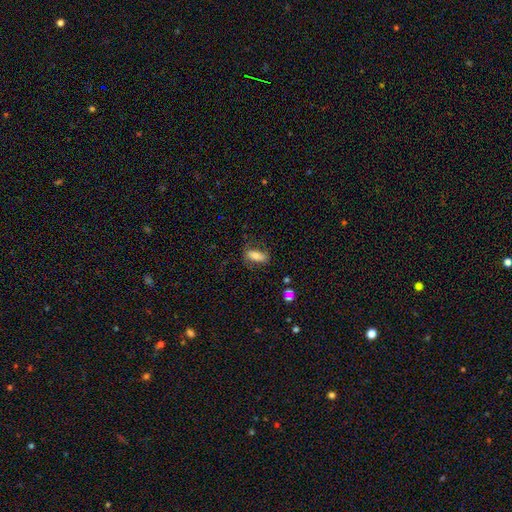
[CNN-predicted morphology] This is likely a smooth galaxy (71%). How rounded: likely in between (77%). Merging: likely none (70%).